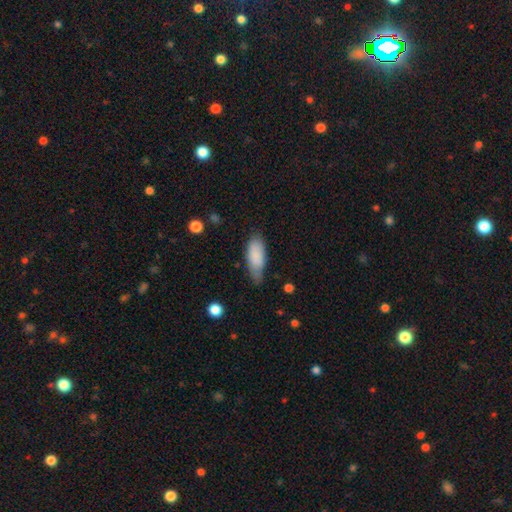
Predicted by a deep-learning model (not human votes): A smooth galaxy with no disk features (84%) that is in between round and cigar-shaped (75%). Merging: none (58%).